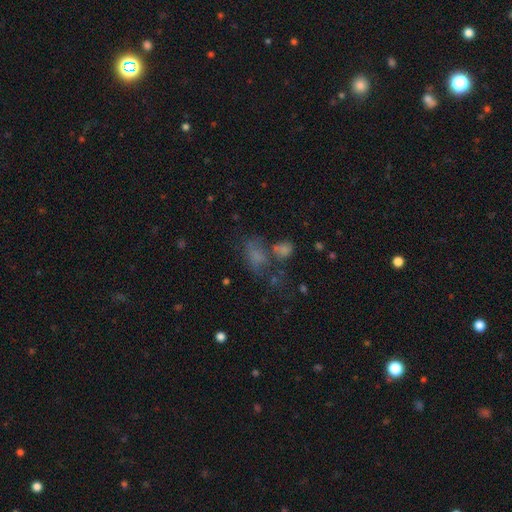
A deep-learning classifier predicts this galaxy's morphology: This is possibly a smooth galaxy (56%). How rounded: likely in between (77%). Merging: marginally none (33%).